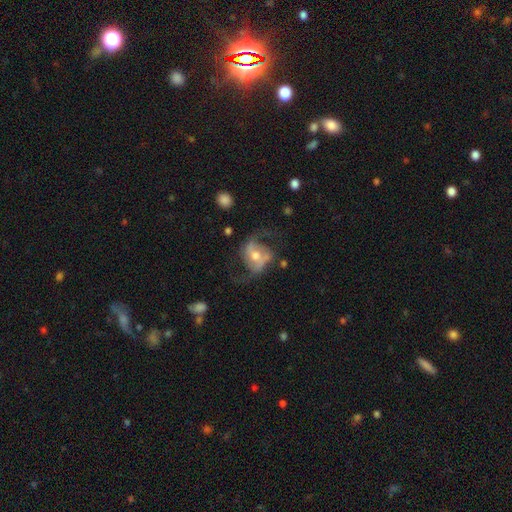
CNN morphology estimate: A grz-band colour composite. It shows a featured or disk galaxy (77%) with no bar (38%), 2 (89%) loose (59%) spiral arms (88%) and a moderate central bulge (68%). Merging: none (54%).